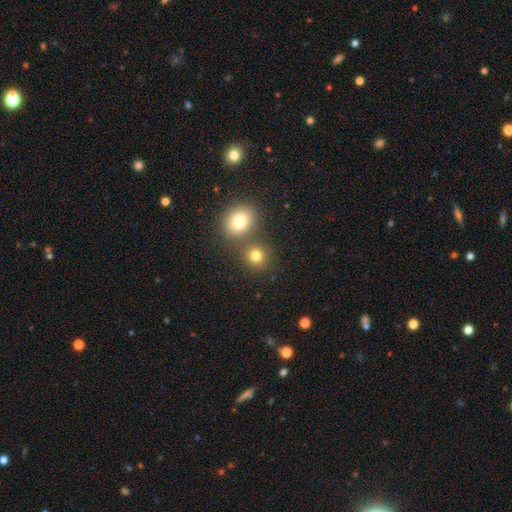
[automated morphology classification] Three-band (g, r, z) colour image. It shows a smooth galaxy with no disk features (79%) that is round (82%). Merging: none (65%).